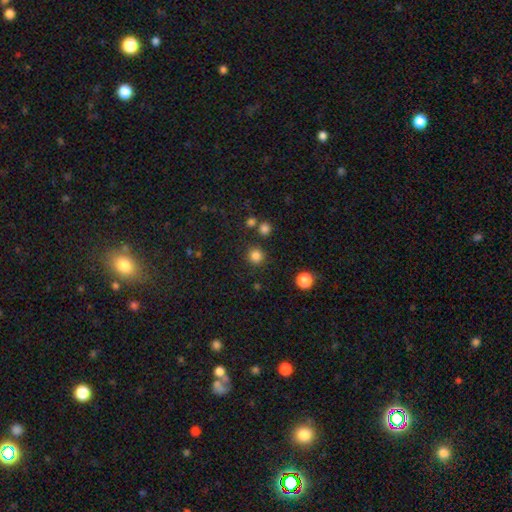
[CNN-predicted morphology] Smooth or featured? Predicted: smooth (p=0.82). How rounded? Predicted: round (p=0.94). Merging? Predicted: none (p=0.87).